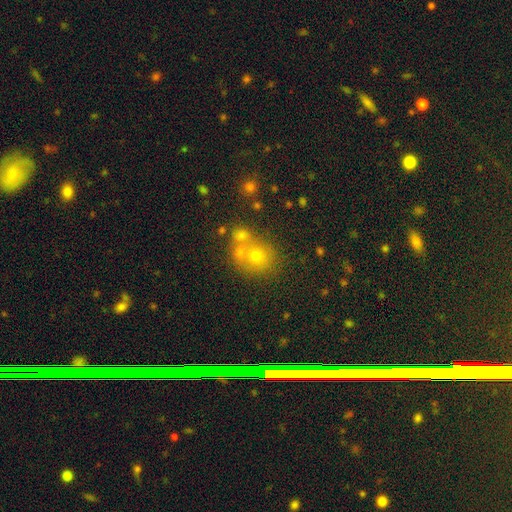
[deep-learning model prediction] Smooth or featured?
  - smooth: 52% *
  - star or artifact: 32%
  - featured or disk: 16%
How rounded?
  - round: 82% *
  - in between: 16%
  - cigar-shaped: 2%
Merging?
  - none: 54% *
  - merger: 34%
  - minor disturbance: 9%
  - major disturbance: 4%